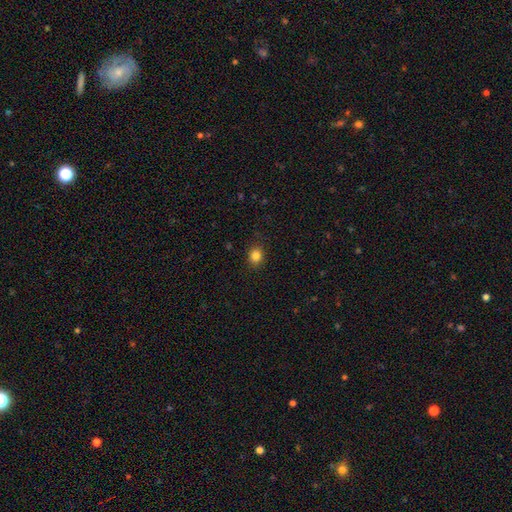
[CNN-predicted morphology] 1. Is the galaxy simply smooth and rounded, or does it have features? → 84% smooth, 12% star or artifact, 5% featured or disk.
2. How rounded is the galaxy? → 68% round, 32% in between, 1% cigar-shaped.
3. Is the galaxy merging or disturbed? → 88% none, 8% minor disturbance, 2% major disturbance, 1% merger.